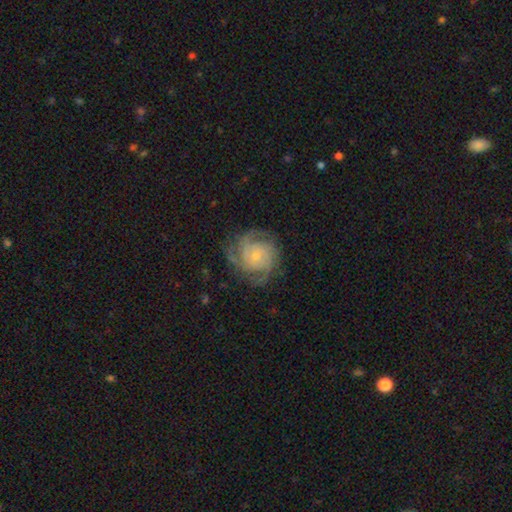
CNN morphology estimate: type=featured or disk (84%); edge-on=no (98%); bar=no (75%); spiral arms=yes (96%); winding=tight (60%); arm count=3 (32%); bulge=small (73%); merging=none (74%).